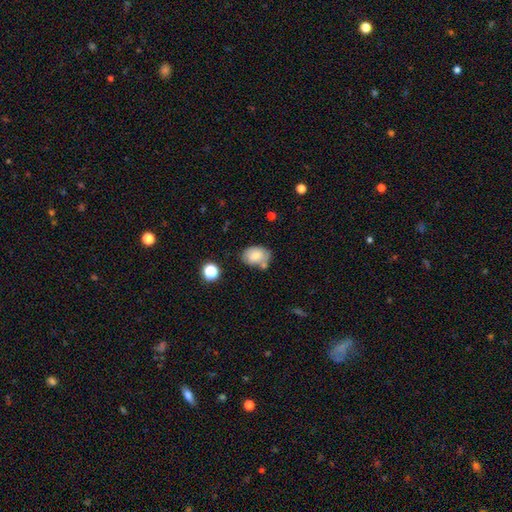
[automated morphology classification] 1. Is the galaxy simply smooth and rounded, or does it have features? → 73% smooth, 18% featured or disk, 9% star or artifact.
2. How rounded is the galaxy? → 76% in between, 23% round, 1% cigar-shaped.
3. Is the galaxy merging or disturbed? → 56% none, 23% minor disturbance, 15% merger, 6% major disturbance.